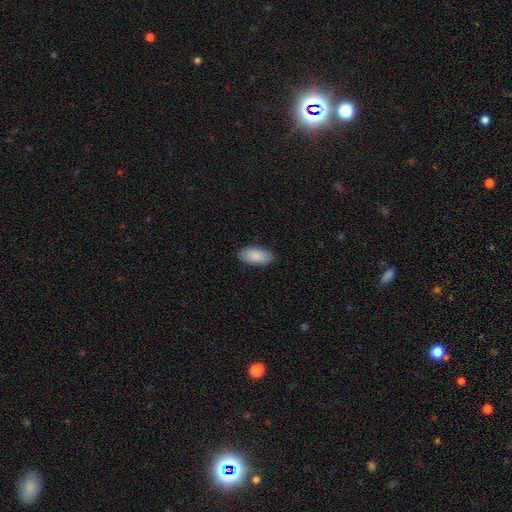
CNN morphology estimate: Smooth or featured: smooth — 88% (featured or disk — 6%)
How rounded: in between — 93% (cigar-shaped — 5%)
Merging: none — 88% (minor disturbance — 9%)